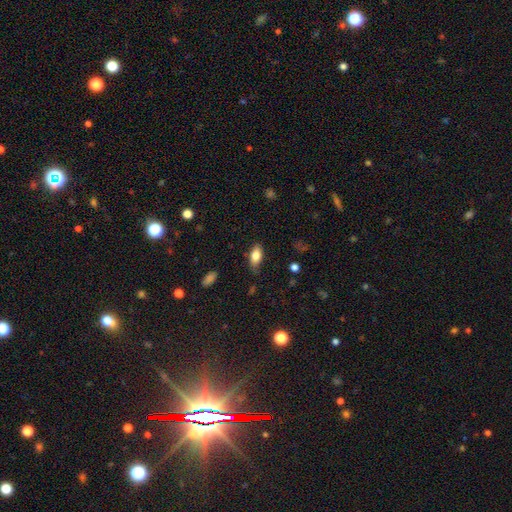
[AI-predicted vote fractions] Overall: smooth (78%). How rounded: in between (88%). Merging: none (75%).